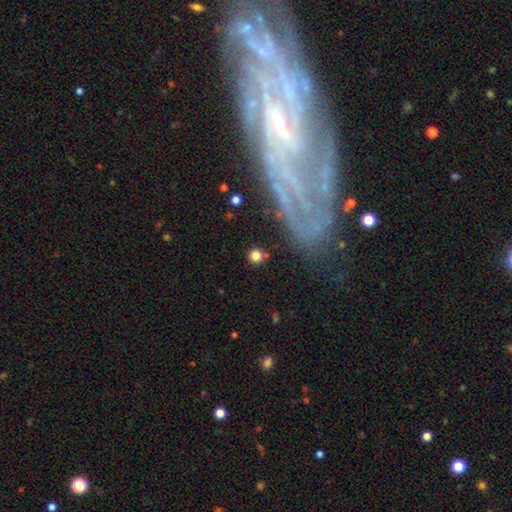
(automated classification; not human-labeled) Overall: smooth (80%). How rounded: round (92%). Merging: none (85%).